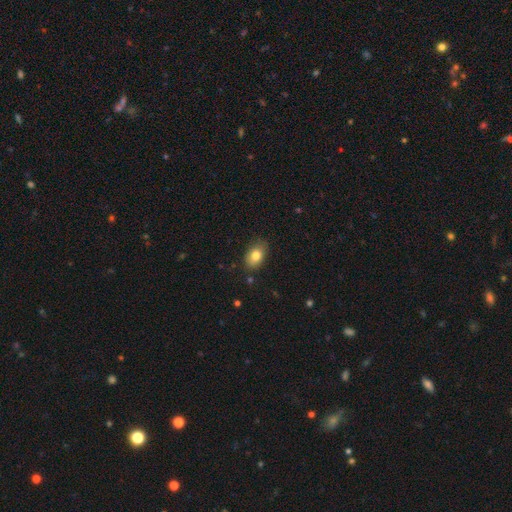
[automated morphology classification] Smooth or featured: smooth — 81% (featured or disk — 10%)
How rounded: in between — 86% (round — 13%)
Merging: none — 80% (minor disturbance — 16%)